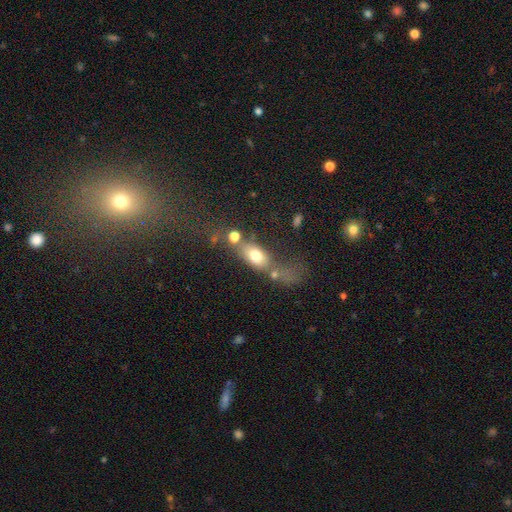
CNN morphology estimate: Smooth or featured: smooth — 69% (featured or disk — 20%)
How rounded: in between — 72% (round — 16%)
Merging: none — 35% (merger — 28%)